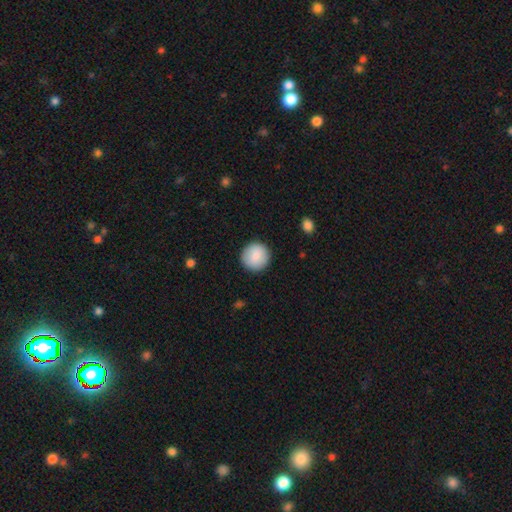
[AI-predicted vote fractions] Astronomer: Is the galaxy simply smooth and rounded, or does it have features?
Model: smooth — 87%.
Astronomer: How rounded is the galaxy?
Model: round — 95%.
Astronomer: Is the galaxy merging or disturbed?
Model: none — 91%.